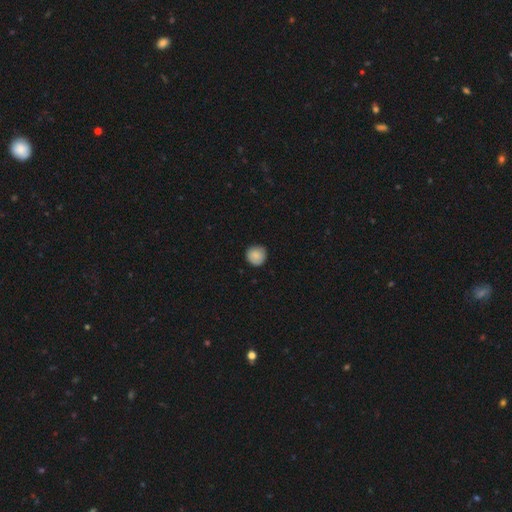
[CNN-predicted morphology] Smooth or featured?
  - smooth: 86% *
  - star or artifact: 8%
  - featured or disk: 6%
How rounded?
  - round: 94% *
  - in between: 5%
  - cigar-shaped: 1%
Merging?
  - none: 88% *
  - minor disturbance: 9%
  - major disturbance: 2%
  - merger: 1%